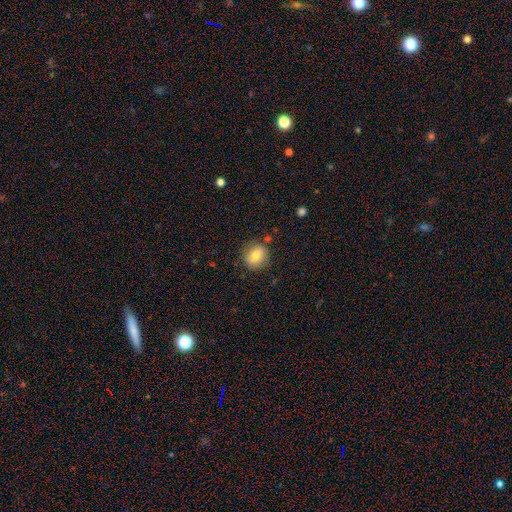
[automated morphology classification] smooth 75%, featured or disk 15%, star or artifact 9%. Down the decision tree: how rounded — round (79%); merging — none (81%).